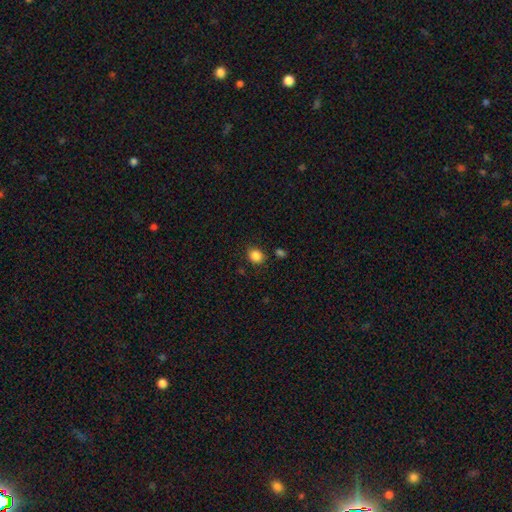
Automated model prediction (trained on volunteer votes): This is clearly a smooth galaxy (86%). How rounded: likely round (67%). Merging: clearly none (81%).